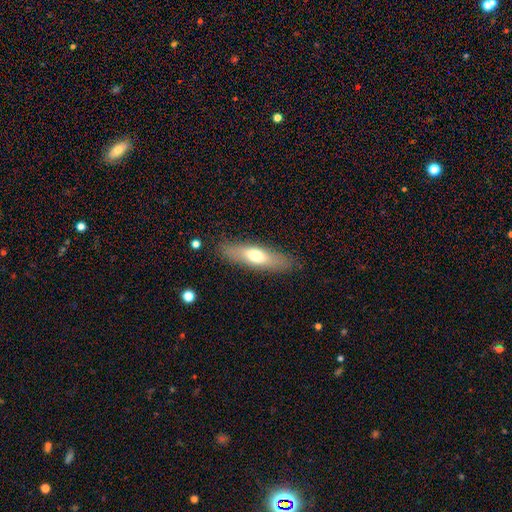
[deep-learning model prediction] Smooth or featured?
  - smooth: 61% *
  - featured or disk: 33%
  - star or artifact: 6%
How rounded?
  - cigar-shaped: 57% *
  - in between: 41%
  - round: 2%
Merging?
  - none: 85% *
  - minor disturbance: 11%
  - major disturbance: 3%
  - merger: 1%